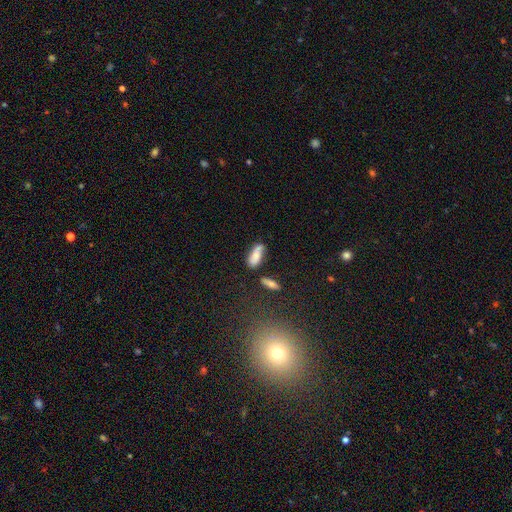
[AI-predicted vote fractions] smooth_or_featured: smooth (p=0.60) [alt: featured or disk p=0.31]
how_rounded: in between (p=0.78) [alt: cigar-shaped p=0.19]
merging: none (p=0.52) [alt: minor disturbance p=0.23]